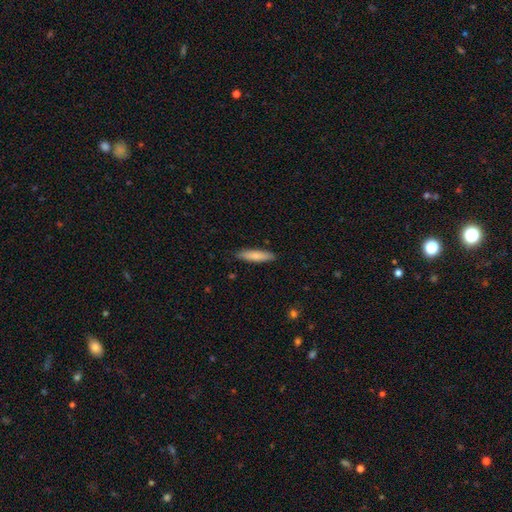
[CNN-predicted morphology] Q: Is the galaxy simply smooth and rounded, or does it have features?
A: smooth — 80%.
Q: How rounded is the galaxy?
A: cigar-shaped — 74%.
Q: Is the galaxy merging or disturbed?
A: none — 87%.